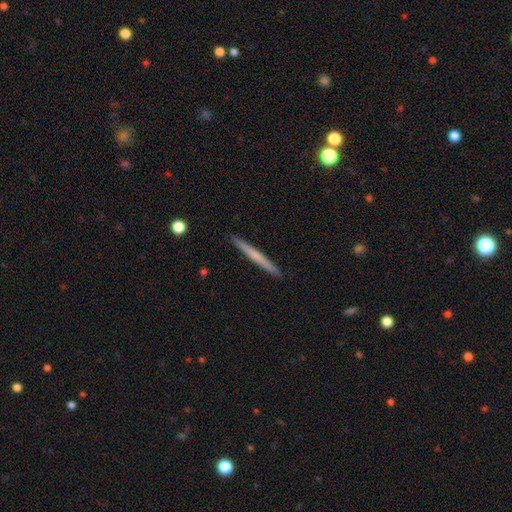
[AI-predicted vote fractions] smooth 54%, featured or disk 41%, star or artifact 6%. Down the decision tree: how rounded — cigar-shaped (97%); merging — none (93%).